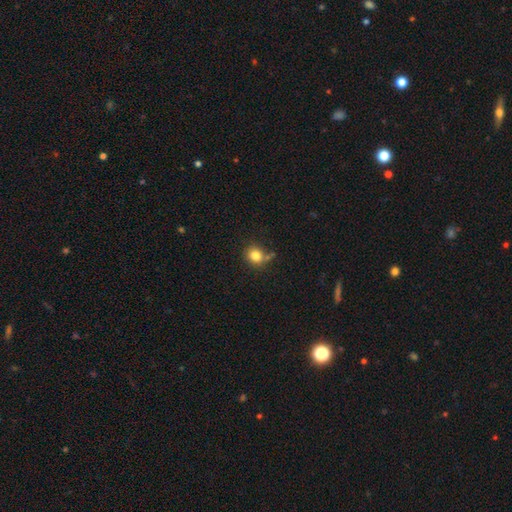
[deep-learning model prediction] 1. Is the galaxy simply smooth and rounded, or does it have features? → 82% smooth, 11% star or artifact, 7% featured or disk.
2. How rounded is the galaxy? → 81% round, 18% in between, 1% cigar-shaped.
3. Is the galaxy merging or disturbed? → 67% none, 18% minor disturbance, 9% merger, 6% major disturbance.